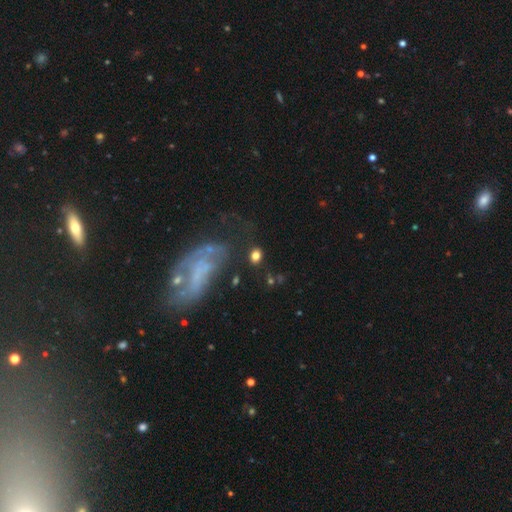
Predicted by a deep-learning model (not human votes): Smooth or featured: smooth — 76% (featured or disk — 13%)
How rounded: round — 51% (in between — 47%)
Merging: none — 74% (minor disturbance — 13%)